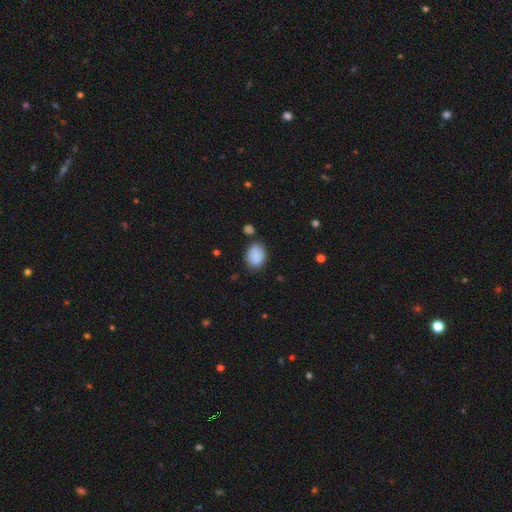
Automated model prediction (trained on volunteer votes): smooth-or-featured: smooth: 87% | star or artifact: 7% | featured or disk: 5%
  how-rounded: in between: 70% | round: 29% | cigar-shaped: 1%
  merging: none: 75% | minor disturbance: 16% | merger: 5% | major disturbance: 4%